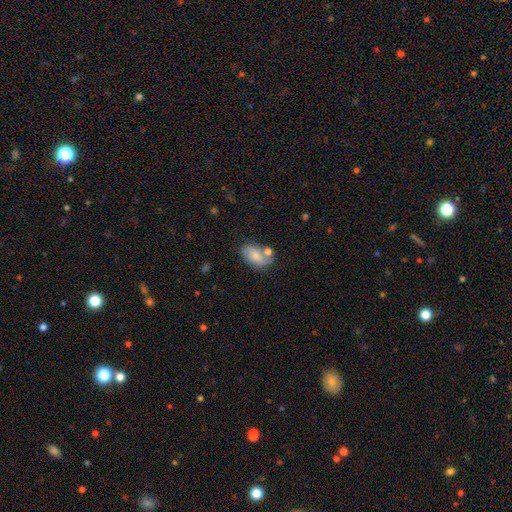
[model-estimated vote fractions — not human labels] Smooth or featured: smooth — 72% (featured or disk — 20%)
How rounded: in between — 90% (round — 7%)
Merging: none — 54% (minor disturbance — 21%)